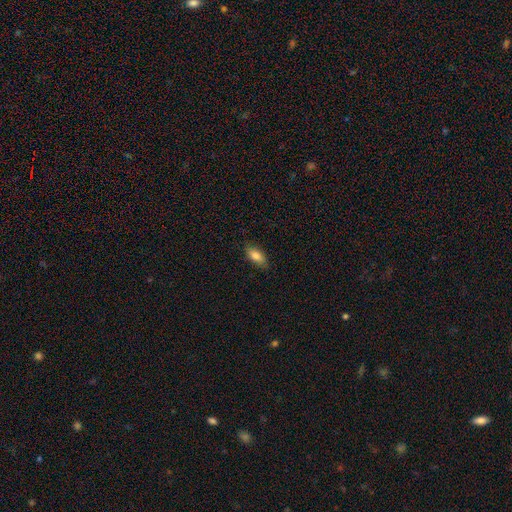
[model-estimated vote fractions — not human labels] smooth 81%, featured or disk 11%, star or artifact 7%. Down the decision tree: how rounded — in between (84%); merging — none (82%).